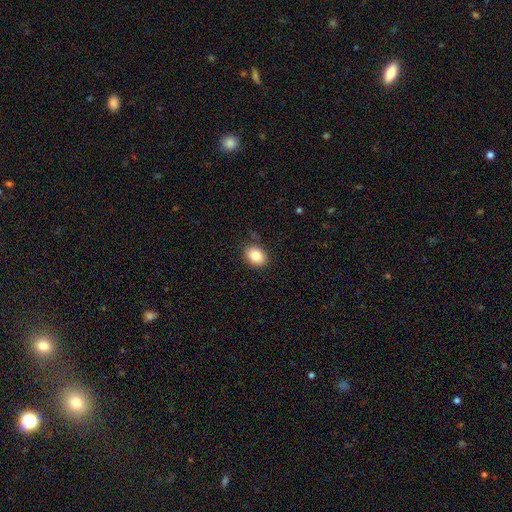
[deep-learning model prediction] The model was most divided on "how rounded": in between: 65%, round: 34%, cigar-shaped: 1%. More confident: merging — none (84%); smooth or featured — smooth (83%).